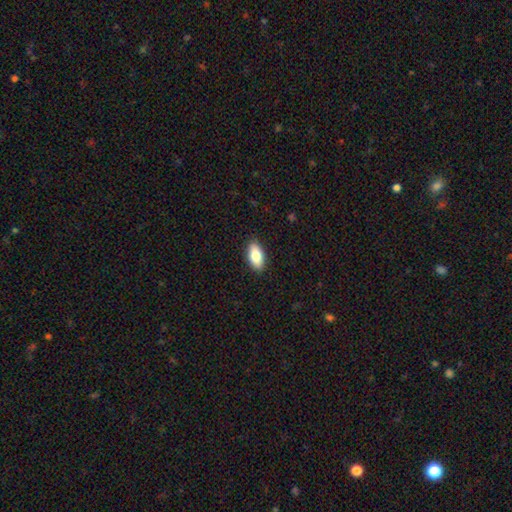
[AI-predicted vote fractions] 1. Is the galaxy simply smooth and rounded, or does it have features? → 81% smooth, 12% featured or disk, 7% star or artifact.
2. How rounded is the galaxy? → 90% in between, 7% cigar-shaped, 3% round.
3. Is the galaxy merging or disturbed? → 90% none, 8% minor disturbance, 2% major disturbance, 1% merger.